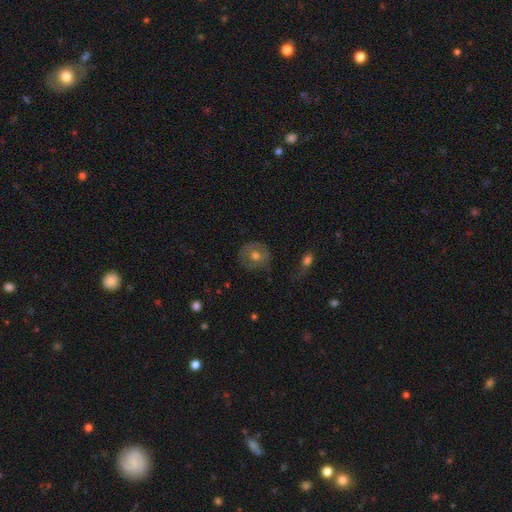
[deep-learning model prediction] Smooth or featured? smooth (54%)
How rounded? round (86%)
Merging? none (71%)